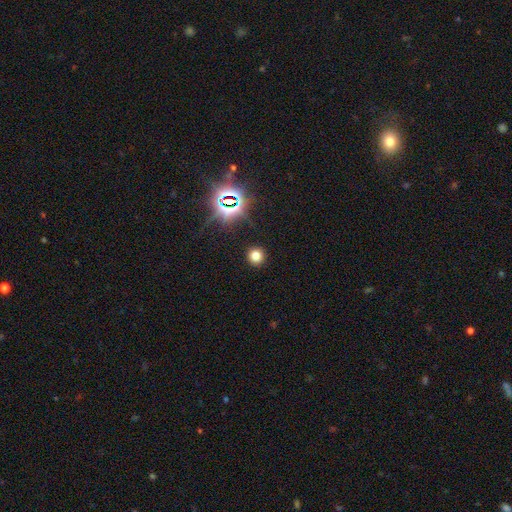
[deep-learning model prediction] A smooth galaxy with no disk features (73%) that is round (93%).

Vote fractions:
- Smooth or featured? smooth: 73% / star or artifact: 21% / featured or disk: 6%
- How rounded? round: 93% / in between: 6% / cigar-shaped: 1%
- Merging? none: 91% / minor disturbance: 5% / major disturbance: 2% / merger: 1%